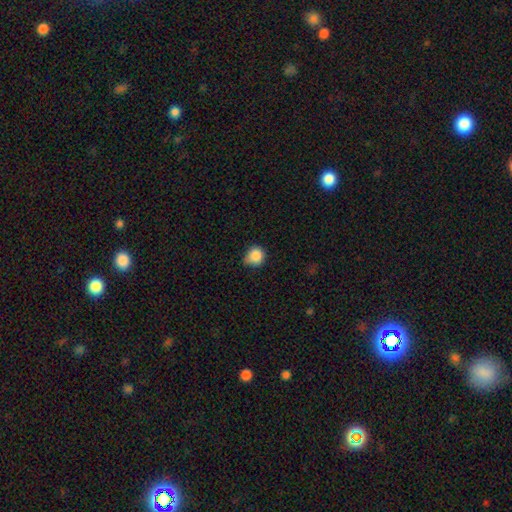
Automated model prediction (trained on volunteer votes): Q: Smooth or featured?
A: smooth (87%); runner-up: star or artifact (9%)
Q: How rounded?
A: round (87%); runner-up: in between (12%)
Q: Merging?
A: none (61%); runner-up: minor disturbance (33%)